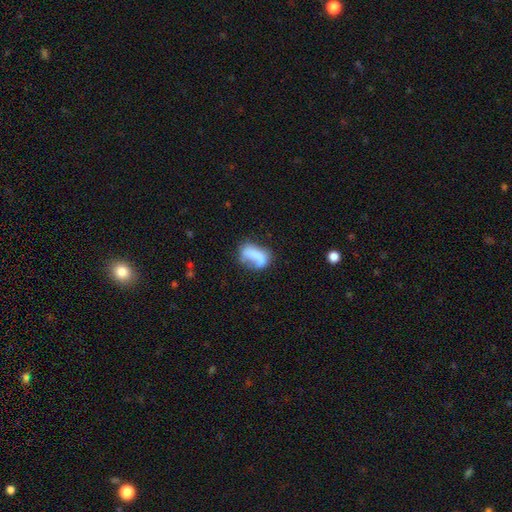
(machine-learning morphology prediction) Smooth or featured? Predicted: smooth (p=0.65). How rounded? Predicted: in between (p=0.84). Merging? Predicted: none (p=0.33).